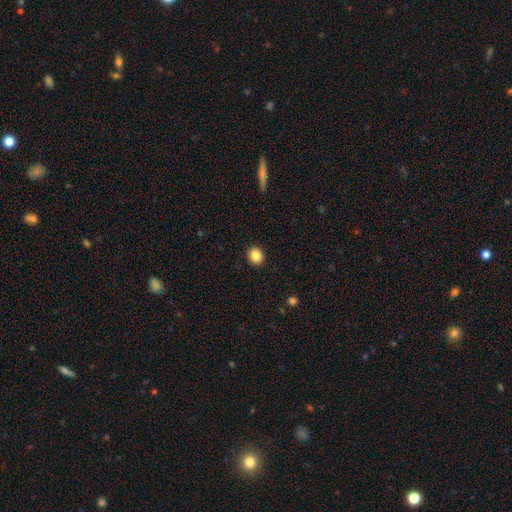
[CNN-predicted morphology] A smooth galaxy with no disk features (86%) that is round (77%).

Vote fractions:
- Smooth or featured? smooth: 86% / star or artifact: 10% / featured or disk: 4%
- How rounded? round: 77% / in between: 22% / cigar-shaped: 1%
- Merging? none: 92% / minor disturbance: 5% / major disturbance: 2% / merger: 1%